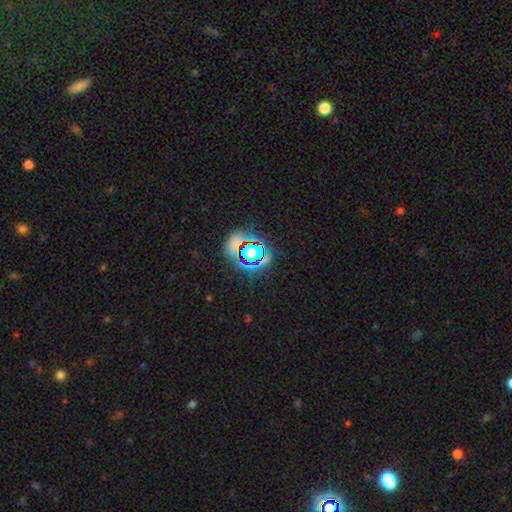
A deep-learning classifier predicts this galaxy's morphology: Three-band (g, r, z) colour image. It shows a star or artifact, not a galaxy (74%).